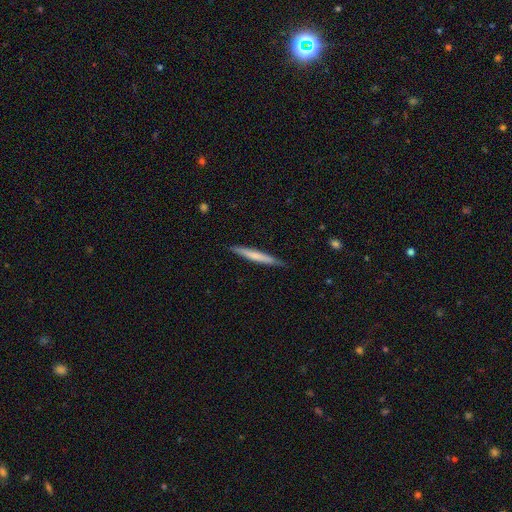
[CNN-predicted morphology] A smooth galaxy with no disk features (60%) that is cigar-shaped (96%). Merging: none (87%).